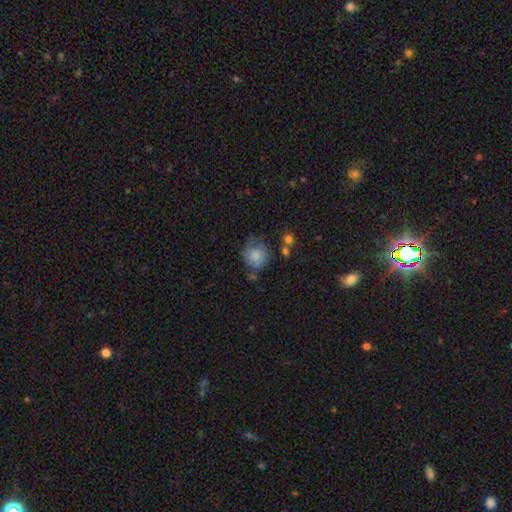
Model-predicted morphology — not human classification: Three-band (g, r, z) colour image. It shows a smooth galaxy with no disk features (76%) that is round (85%). Merging: none (49%).